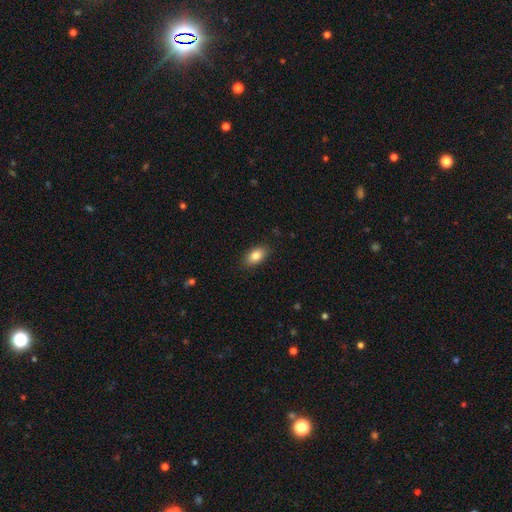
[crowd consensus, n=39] This is clearly a smooth galaxy (90%). How rounded: clearly in between (94%). Merging: clearly none (95%).